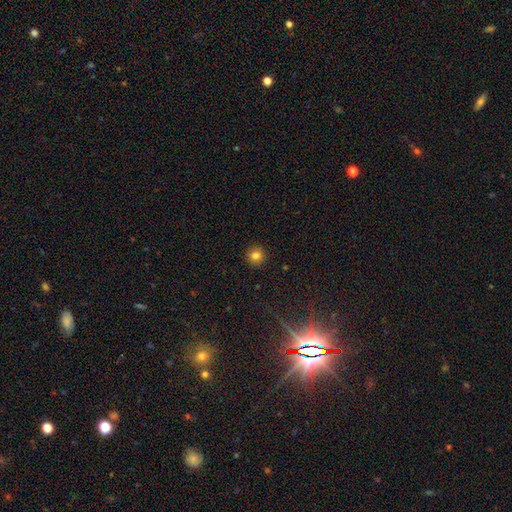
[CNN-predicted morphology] smooth 81%, star or artifact 13%, featured or disk 7%. Down the decision tree: how rounded — round (93%); merging — none (92%).